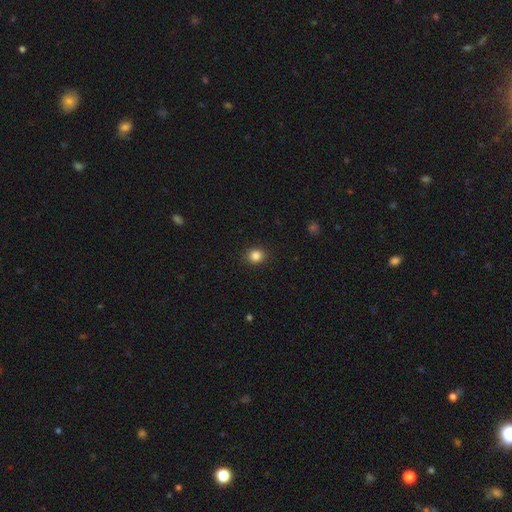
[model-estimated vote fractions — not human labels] smooth 85%, star or artifact 11%, featured or disk 4%. Down the decision tree: how rounded — round (80%); merging — none (90%).